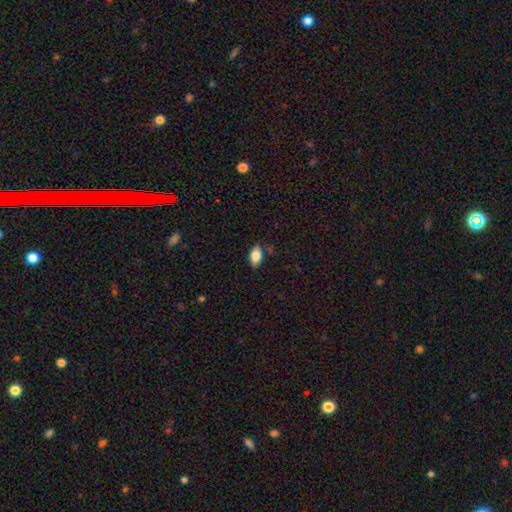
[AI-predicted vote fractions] This is clearly a smooth galaxy (83%). How rounded: clearly in between (92%). Merging: likely none (80%).